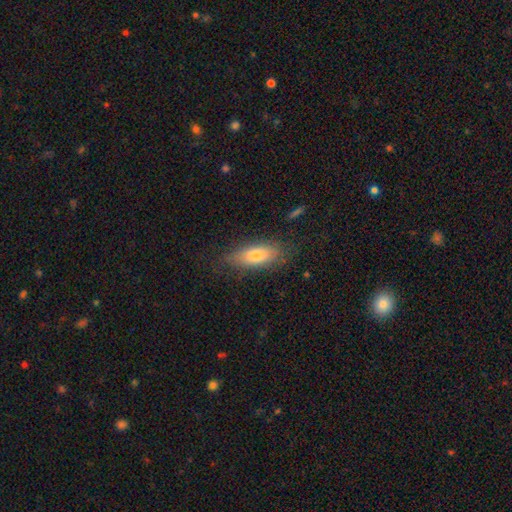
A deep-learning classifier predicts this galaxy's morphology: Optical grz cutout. It shows a smooth galaxy with no disk features (75%) that is in between round and cigar-shaped (72%). Merging: none (78%).